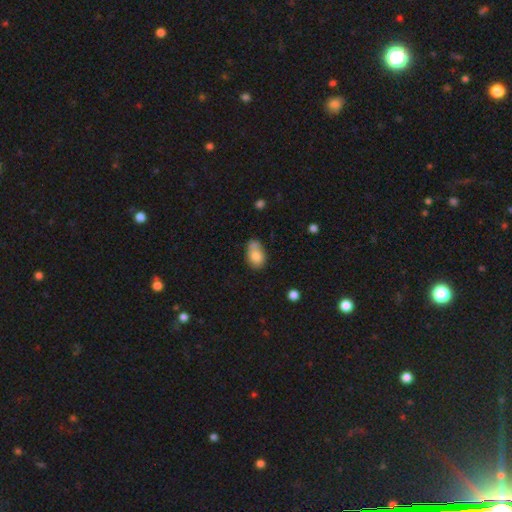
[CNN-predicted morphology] Overall: smooth (79%). How rounded: in between (83%). Merging: none (44%; minor disturbance 31%).